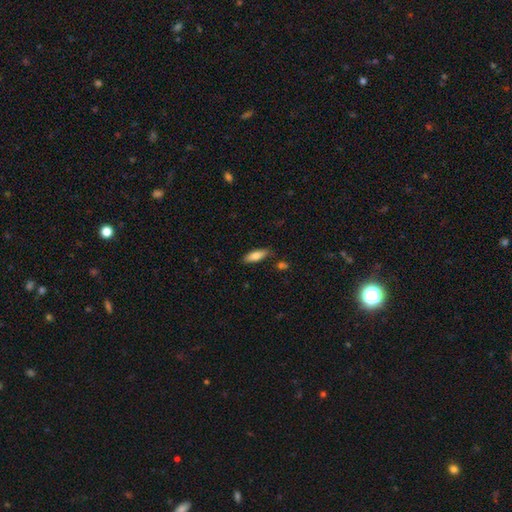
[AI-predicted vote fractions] Q: Smooth or featured?
A: smooth (77%); runner-up: featured or disk (16%)
Q: How rounded?
A: in between (62%); runner-up: cigar-shaped (36%)
Q: Merging?
A: none (82%); runner-up: minor disturbance (13%)